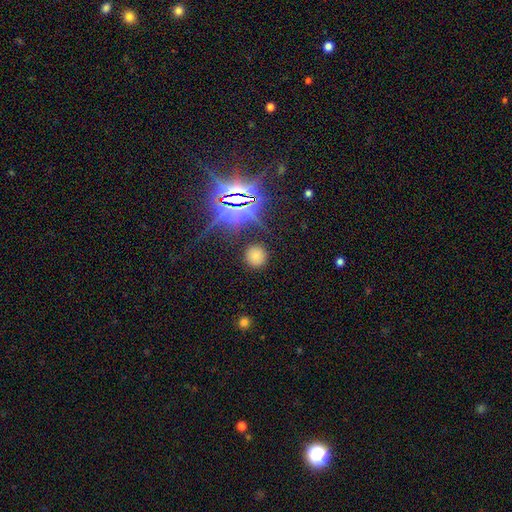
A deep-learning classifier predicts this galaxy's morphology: smooth-or-featured: smooth: 68% | star or artifact: 24% | featured or disk: 9%
  how-rounded: round: 90% | in between: 9% | cigar-shaped: 1%
  merging: none: 87% | minor disturbance: 8% | major disturbance: 3% | merger: 2%